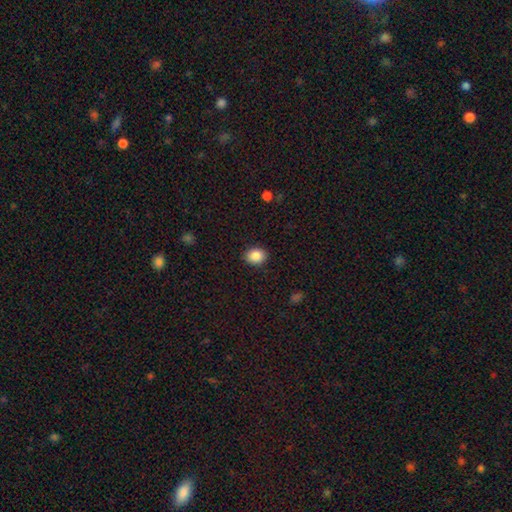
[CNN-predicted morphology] Overall: smooth (88%). How rounded: round (55%; in between 44%). Merging: none (89%).